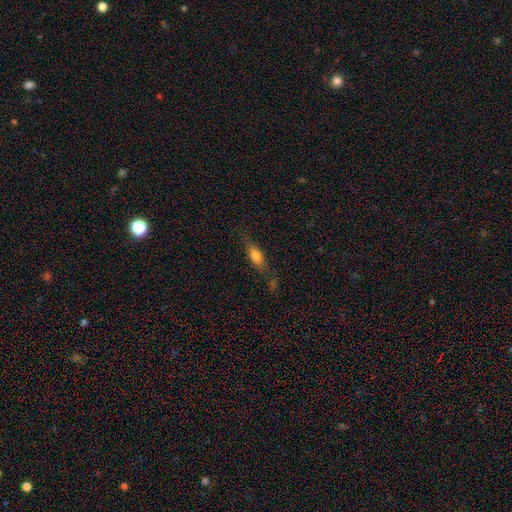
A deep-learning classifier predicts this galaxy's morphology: This appears to be a smooth galaxy with no disk features (64%) that is in between round and cigar-shaped (55%). Merging: none (68%).